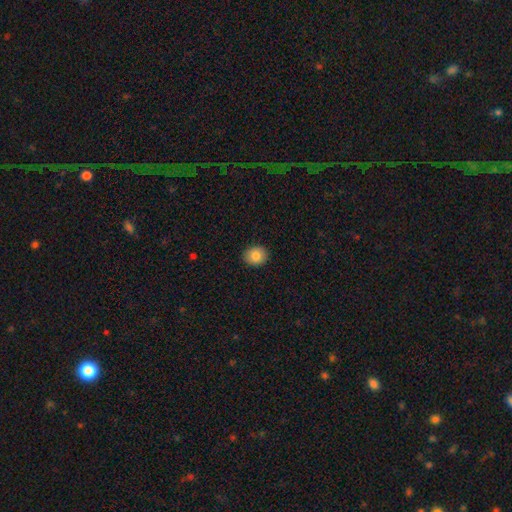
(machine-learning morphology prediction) Smooth or featured? Predicted: smooth (p=0.84). How rounded? Predicted: round (p=0.67). Merging? Predicted: none (p=0.91).